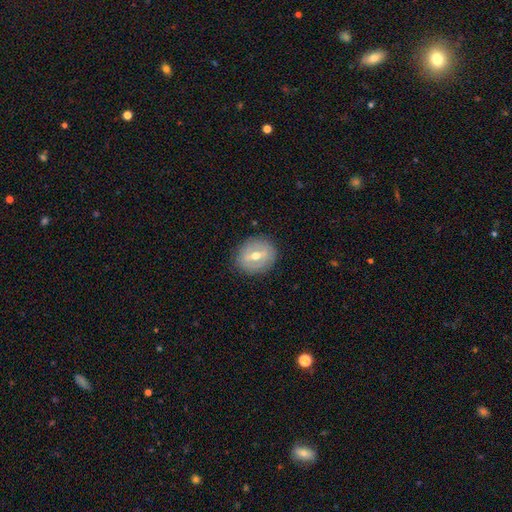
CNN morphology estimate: This is possibly a featured or disk galaxy (60%). It is clearly not viewed edge-on (90%). Bar: marginally strong (43%). Spiral arm pattern: likely no (75%). Central bulge: likely moderate (75%). Merging: clearly none (85%).